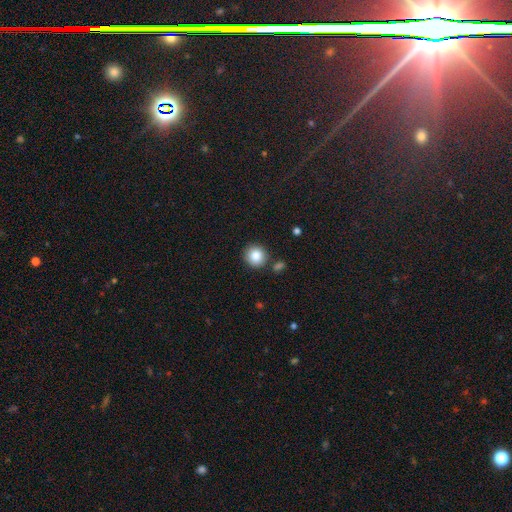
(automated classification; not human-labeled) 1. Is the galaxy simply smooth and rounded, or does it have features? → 86% smooth, 9% star or artifact, 5% featured or disk.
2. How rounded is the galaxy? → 91% round, 8% in between, 1% cigar-shaped.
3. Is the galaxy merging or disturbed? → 84% none, 8% minor disturbance, 6% merger, 2% major disturbance.